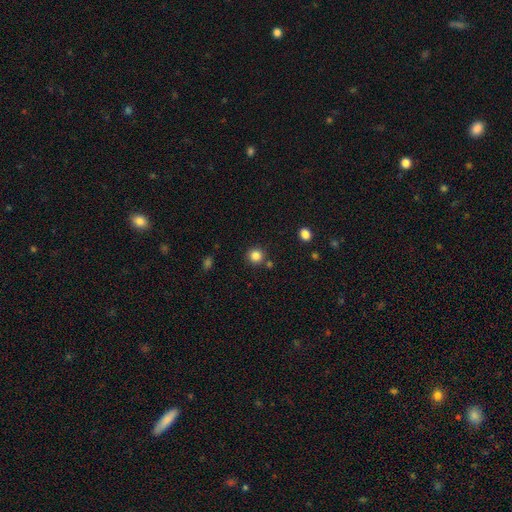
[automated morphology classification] type=smooth (84%); roundness=round (93%); merging=none (84%).